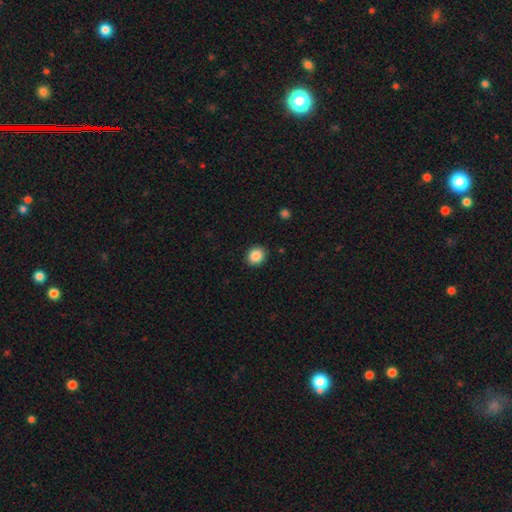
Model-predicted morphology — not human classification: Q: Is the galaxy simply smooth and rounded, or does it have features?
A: smooth — 87%.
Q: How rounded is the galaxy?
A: round — 74%.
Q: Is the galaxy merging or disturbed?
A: none — 90%.